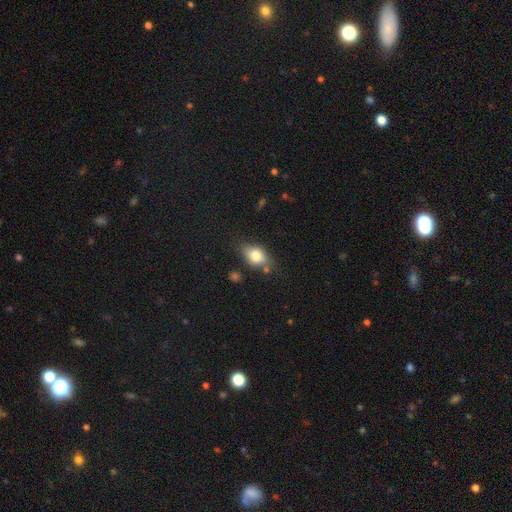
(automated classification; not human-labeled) This appears to be a smooth galaxy with no disk features (76%) that is in between round and cigar-shaped (77%). Merging: none (68%).